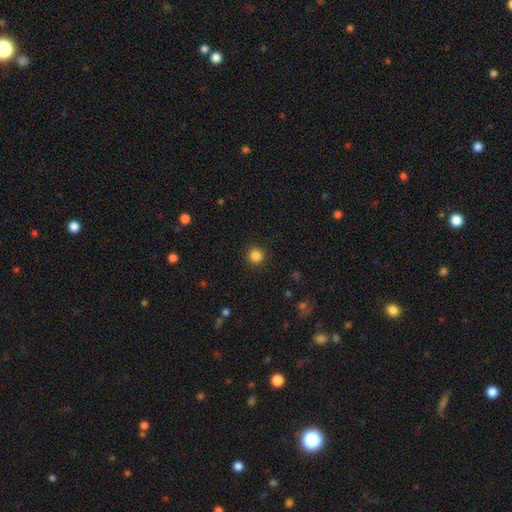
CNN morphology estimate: smooth 85%, star or artifact 12%, featured or disk 3%. Down the decision tree: how rounded — round (95%); merging — none (92%).